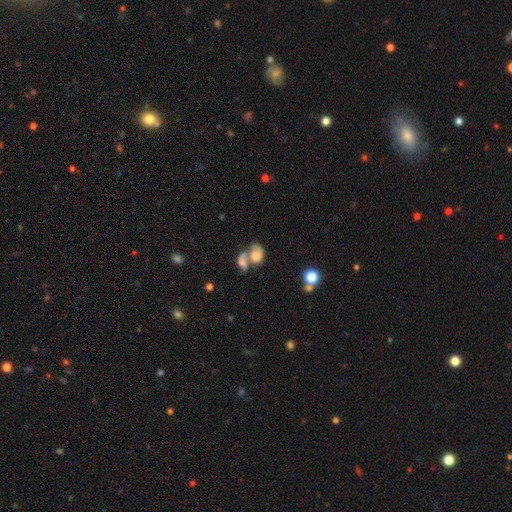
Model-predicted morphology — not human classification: smooth-or-featured: smooth: 56% | featured or disk: 33% | star or artifact: 11%
  how-rounded: in between: 66% | round: 33% | cigar-shaped: 2%
  merging: merger: 70% | none: 14% | major disturbance: 9% | minor disturbance: 7%